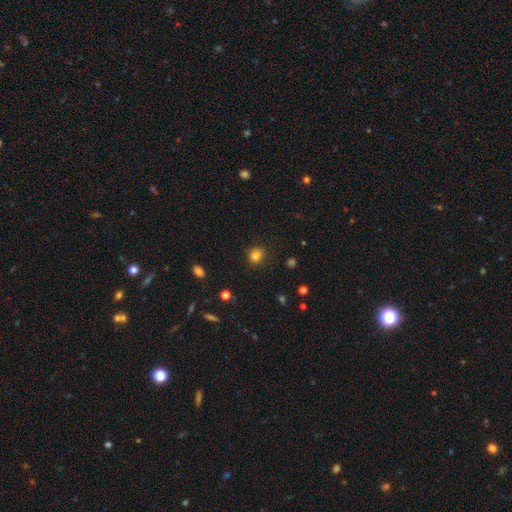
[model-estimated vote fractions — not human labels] Smooth or featured? smooth (82%)
How rounded? round (72%)
Merging? none (86%)